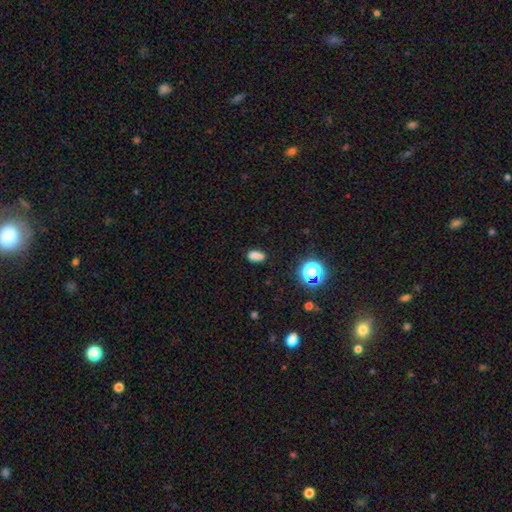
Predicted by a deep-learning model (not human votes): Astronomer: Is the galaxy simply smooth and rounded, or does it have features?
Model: smooth — 78%.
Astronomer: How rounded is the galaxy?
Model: in between — 83%.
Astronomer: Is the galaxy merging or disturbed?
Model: none — 77%.